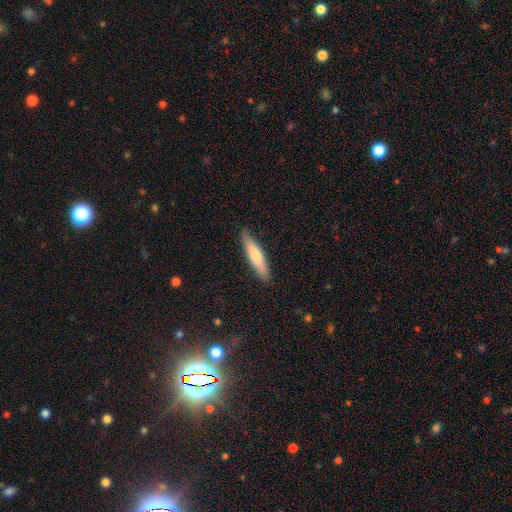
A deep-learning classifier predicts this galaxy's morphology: This appears to be a smooth galaxy with no disk features (68%) that is cigar-shaped (79%). Merging: none (86%).